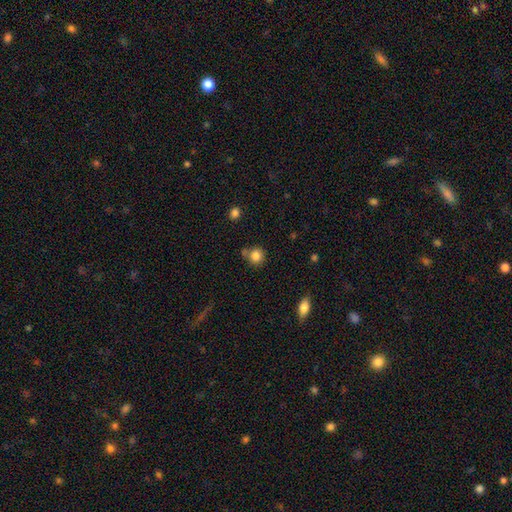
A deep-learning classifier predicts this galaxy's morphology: This is clearly a smooth galaxy (84%). How rounded: clearly round (89%). Merging: likely none (68%).